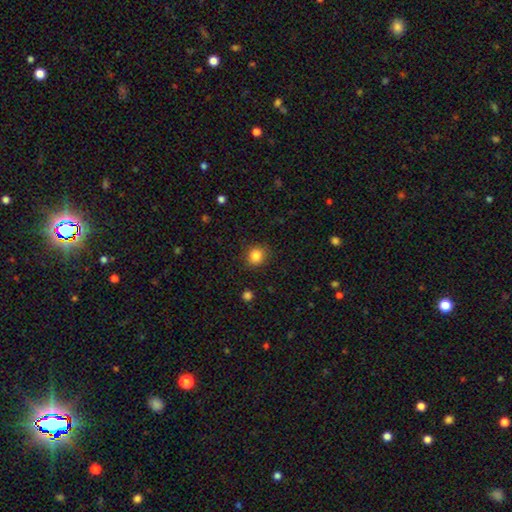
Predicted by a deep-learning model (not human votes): Morphology: type=smooth (85%); roundness=round (80%); merging=none (84%).